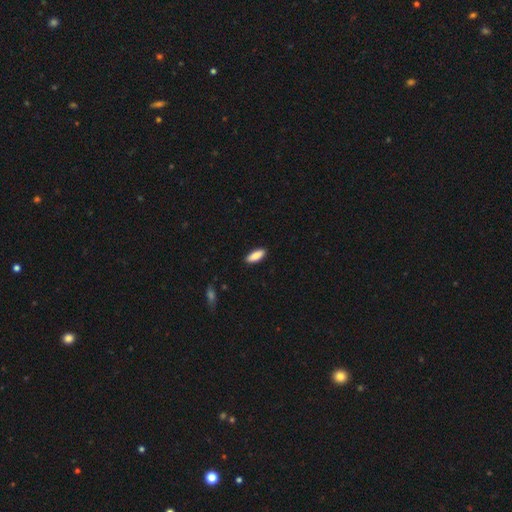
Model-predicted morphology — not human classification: smooth-or-featured: smooth: 88% | featured or disk: 7% | star or artifact: 6%
  how-rounded: in between: 72% | cigar-shaped: 26% | round: 2%
  merging: none: 89% | minor disturbance: 8% | major disturbance: 2% | merger: 1%